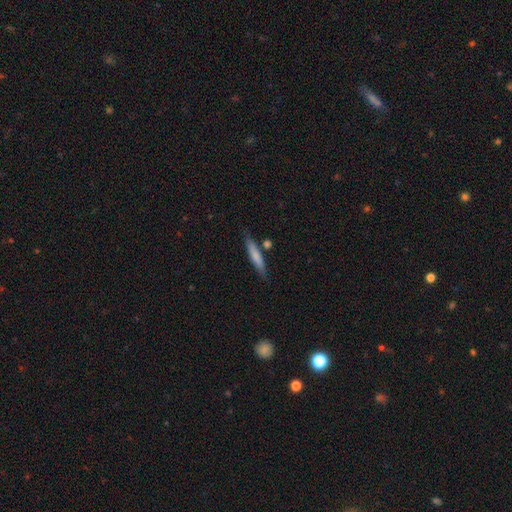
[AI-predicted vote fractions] The model was most divided on "smooth or featured": smooth: 74%, featured or disk: 20%, star or artifact: 6%. More confident: how rounded — cigar-shaped (88%); merging — none (78%).